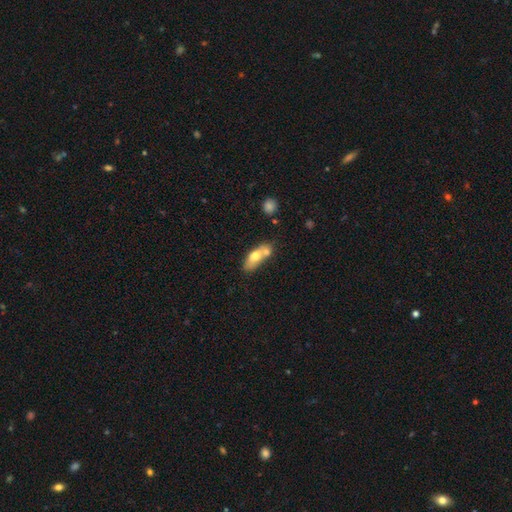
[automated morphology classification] A smooth galaxy with no disk features (67%) that is in between round and cigar-shaped (70%).

Vote fractions:
- Smooth or featured? smooth: 67% / featured or disk: 25% / star or artifact: 8%
- How rounded? in between: 70% / cigar-shaped: 24% / round: 7%
- Merging? merger: 47% / none: 33% / minor disturbance: 13% / major disturbance: 6%